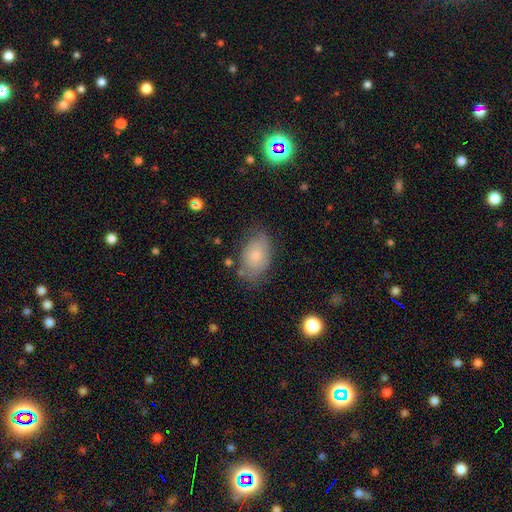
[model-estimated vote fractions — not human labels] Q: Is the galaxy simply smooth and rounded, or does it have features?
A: smooth — 73%.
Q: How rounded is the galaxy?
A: in between — 90%.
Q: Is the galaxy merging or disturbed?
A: none — 67%.